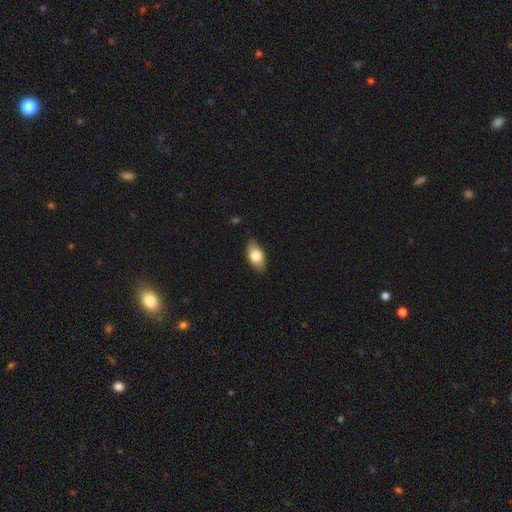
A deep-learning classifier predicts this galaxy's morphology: A smooth galaxy with no disk features (78%) that is in between round and cigar-shaped (91%). Merging: none (86%).